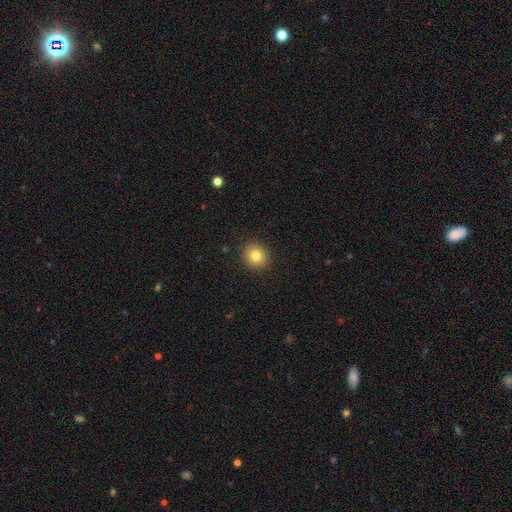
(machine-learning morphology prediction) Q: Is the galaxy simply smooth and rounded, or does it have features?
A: smooth — 80%.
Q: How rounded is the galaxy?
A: round — 89%.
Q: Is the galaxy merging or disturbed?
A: none — 91%.